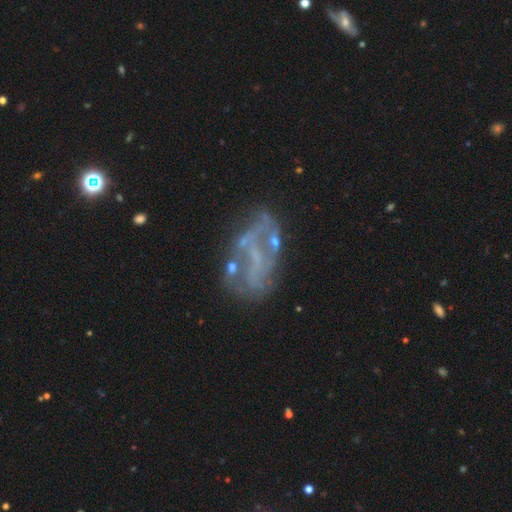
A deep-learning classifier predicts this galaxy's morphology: type=featured or disk (72%); edge-on=no (95%); bar=no (52%); spiral arms=no (58%); bulge=none (60%); merging=none (51%).